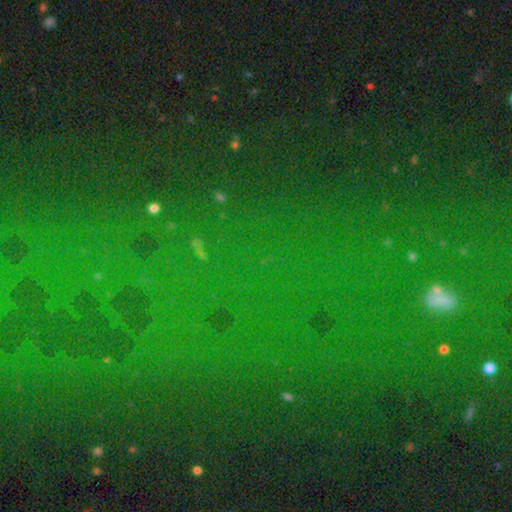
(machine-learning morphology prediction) smooth-or-featured: star or artifact: 79% | smooth: 13% | featured or disk: 9%